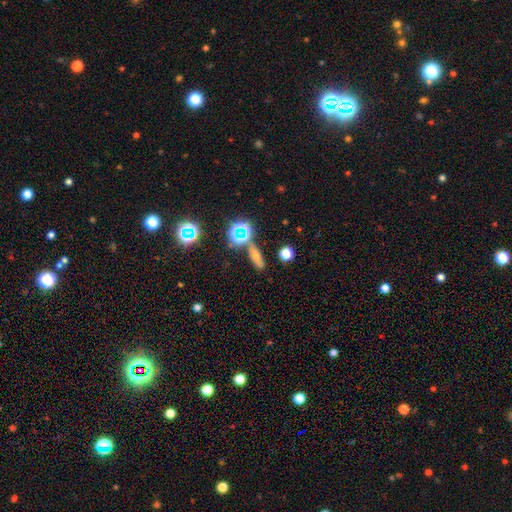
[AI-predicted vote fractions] Smooth or featured? Predicted: smooth (p=0.56). How rounded? Predicted: in between (p=0.45). Merging? Predicted: none (p=0.75).